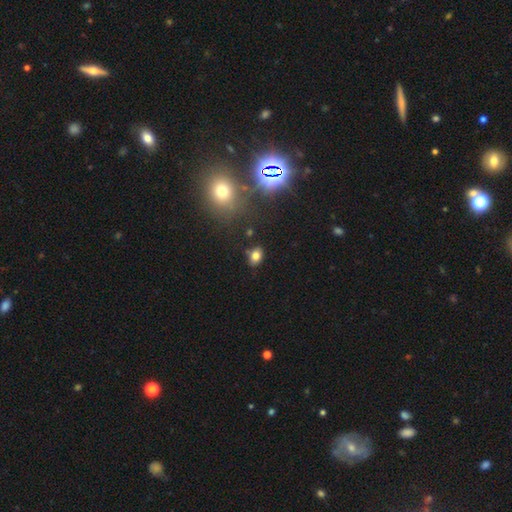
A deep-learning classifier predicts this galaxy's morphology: Q: Smooth or featured?
A: smooth (77%); runner-up: star or artifact (14%)
Q: How rounded?
A: in between (78%); runner-up: round (20%)
Q: Merging?
A: none (78%); runner-up: minor disturbance (14%)